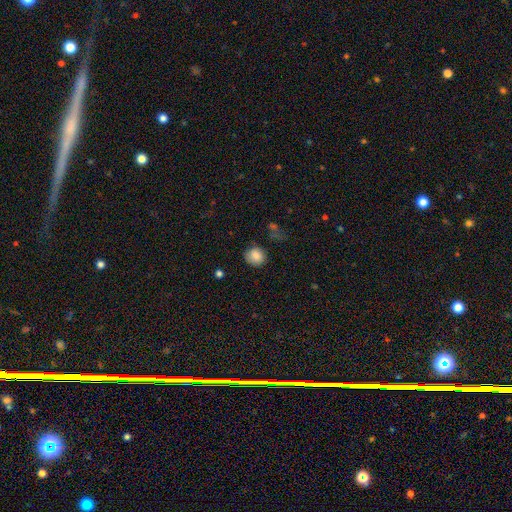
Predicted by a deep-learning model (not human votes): smooth-or-featured: smooth: 84% | star or artifact: 9% | featured or disk: 7%
  how-rounded: round: 80% | in between: 19% | cigar-shaped: 1%
  merging: none: 77% | minor disturbance: 17% | major disturbance: 4% | merger: 2%